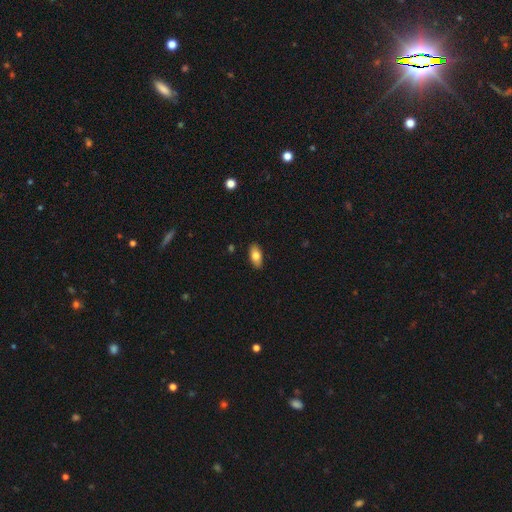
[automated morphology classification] smooth 79%, featured or disk 14%, star or artifact 7%. Down the decision tree: how rounded — in between (89%); merging — none (89%).